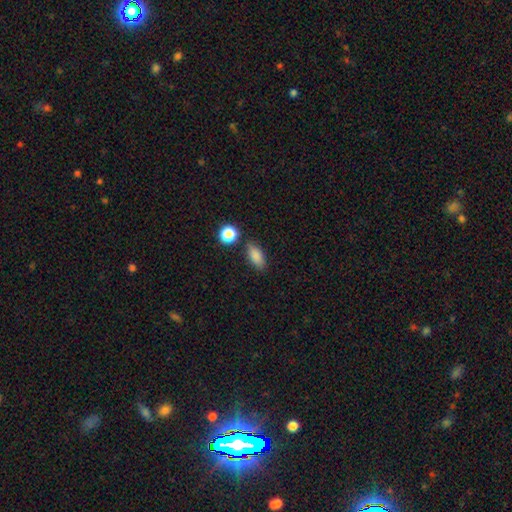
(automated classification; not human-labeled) Q: Smooth or featured?
A: smooth (85%); runner-up: star or artifact (10%)
Q: How rounded?
A: in between (83%); runner-up: cigar-shaped (10%)
Q: Merging?
A: none (81%); runner-up: minor disturbance (11%)